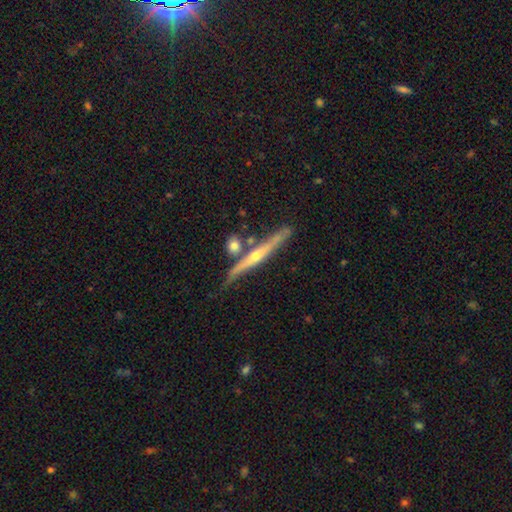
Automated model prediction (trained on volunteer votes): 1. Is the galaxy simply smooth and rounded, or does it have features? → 77% featured or disk, 17% smooth, 7% star or artifact.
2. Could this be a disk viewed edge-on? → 96% yes, 4% no.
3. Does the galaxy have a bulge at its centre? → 79% rounded, 17% none, 3% boxy.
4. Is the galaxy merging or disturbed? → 74% none, 14% minor disturbance, 9% merger, 3% major disturbance.